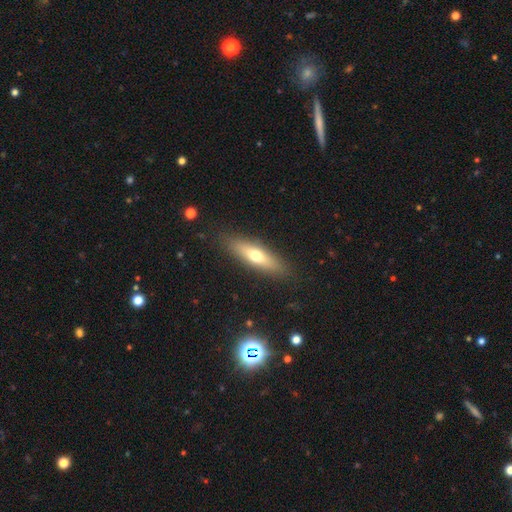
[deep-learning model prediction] smooth 58%, featured or disk 35%, star or artifact 7%. Down the decision tree: how rounded — cigar-shaped (60%); merging — none (87%).